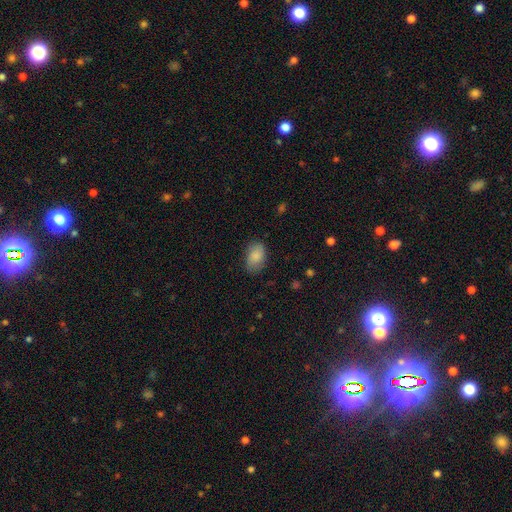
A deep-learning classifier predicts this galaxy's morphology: This is clearly a smooth galaxy (85%). How rounded: clearly in between (89%). Merging: likely none (77%).